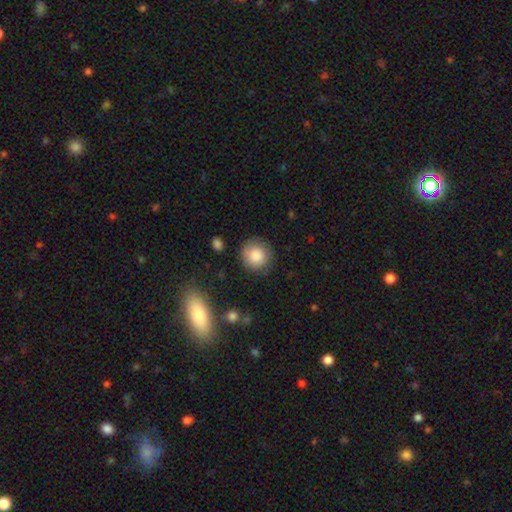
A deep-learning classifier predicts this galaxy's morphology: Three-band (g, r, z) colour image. It shows a smooth galaxy with no disk features (85%) that is round (92%). Merging: none (84%).